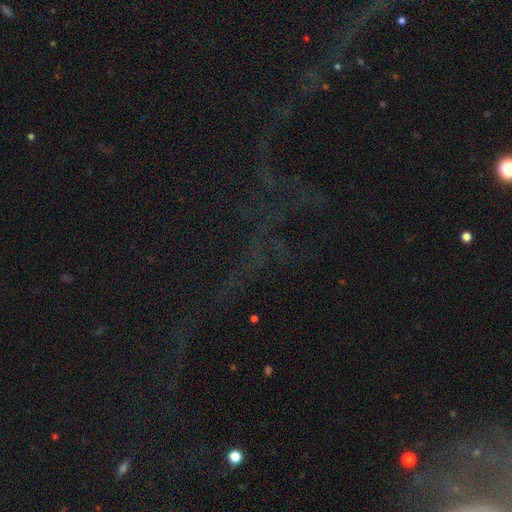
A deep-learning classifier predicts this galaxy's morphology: Overall: star or artifact (75%).